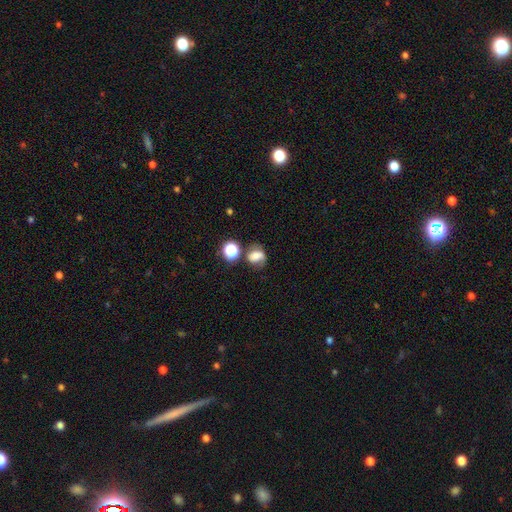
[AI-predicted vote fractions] This is possibly a smooth galaxy (50%). How rounded: possibly round (54%). Merging: possibly none (49%).